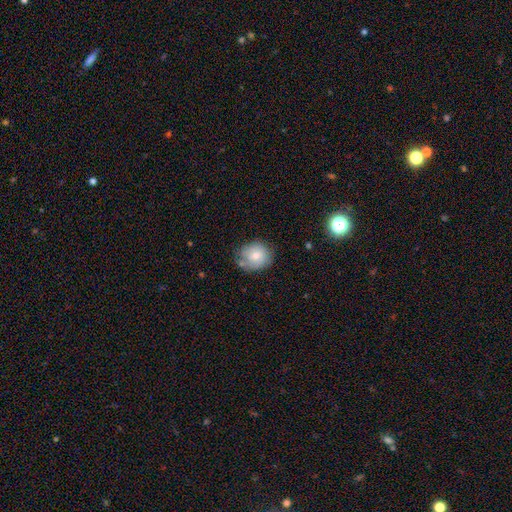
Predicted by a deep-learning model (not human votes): Q: Smooth or featured?
A: smooth (71%); runner-up: featured or disk (21%)
Q: How rounded?
A: round (73%); runner-up: in between (26%)
Q: Merging?
A: none (63%); runner-up: minor disturbance (26%)